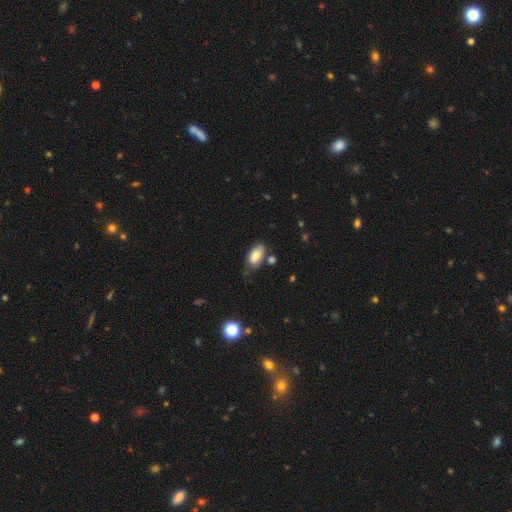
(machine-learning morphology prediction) This is clearly a smooth galaxy (82%). How rounded: clearly in between (92%). Merging: possibly none (58%).